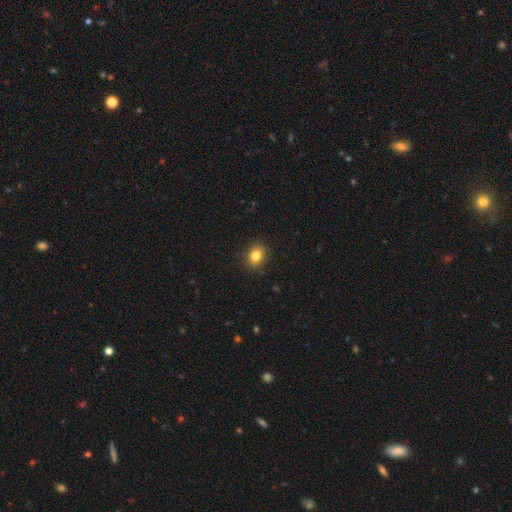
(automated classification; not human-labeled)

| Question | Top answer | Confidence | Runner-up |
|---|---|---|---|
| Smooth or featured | smooth | 82% | star or artifact (11%) |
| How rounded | round | 57% | in between (42%) |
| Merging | none | 88% | minor disturbance (9%) |